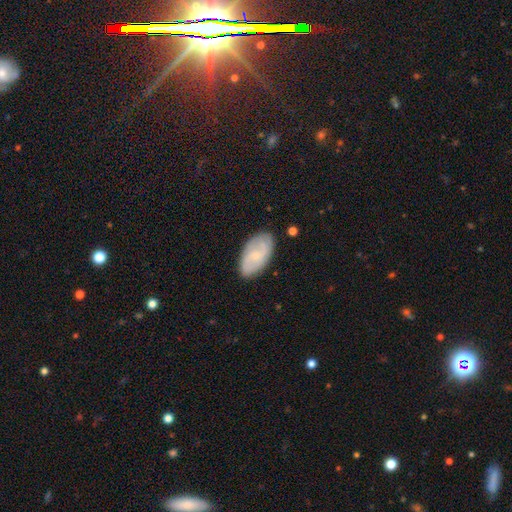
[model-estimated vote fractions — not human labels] Smooth or featured? Predicted: smooth (p=0.47). Merging? Predicted: none (p=0.82).